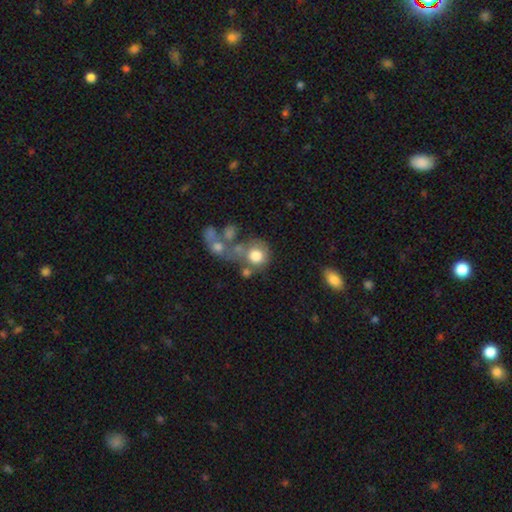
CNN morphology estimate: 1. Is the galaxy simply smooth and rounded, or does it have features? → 67% smooth, 22% featured or disk, 11% star or artifact.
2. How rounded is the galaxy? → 79% round, 20% in between, 1% cigar-shaped.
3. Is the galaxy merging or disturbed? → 44% merger, 29% none, 16% major disturbance, 11% minor disturbance.